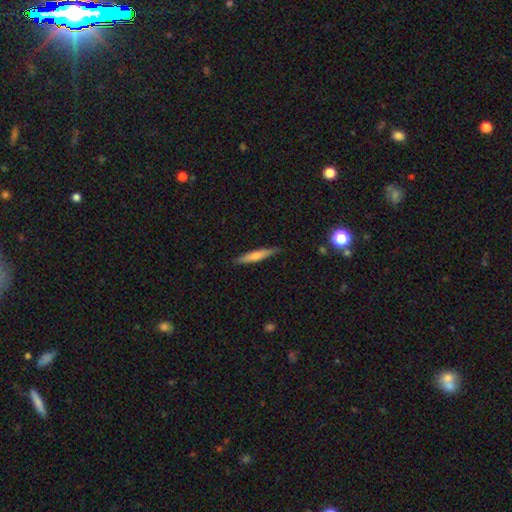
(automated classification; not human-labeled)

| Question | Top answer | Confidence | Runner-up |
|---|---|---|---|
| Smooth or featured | smooth | 62% | featured or disk (32%) |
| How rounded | cigar-shaped | 91% | in between (8%) |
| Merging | none | 87% | minor disturbance (10%) |